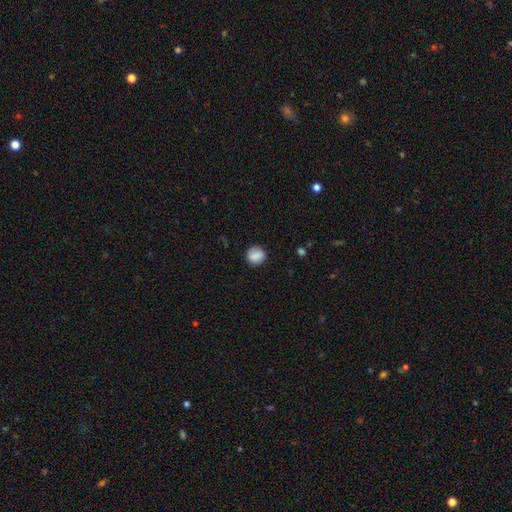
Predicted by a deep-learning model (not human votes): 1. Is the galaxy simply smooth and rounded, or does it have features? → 84% smooth, 8% featured or disk, 8% star or artifact.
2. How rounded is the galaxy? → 86% round, 13% in between, 1% cigar-shaped.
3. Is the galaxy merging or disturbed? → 87% none, 9% minor disturbance, 3% major disturbance, 1% merger.